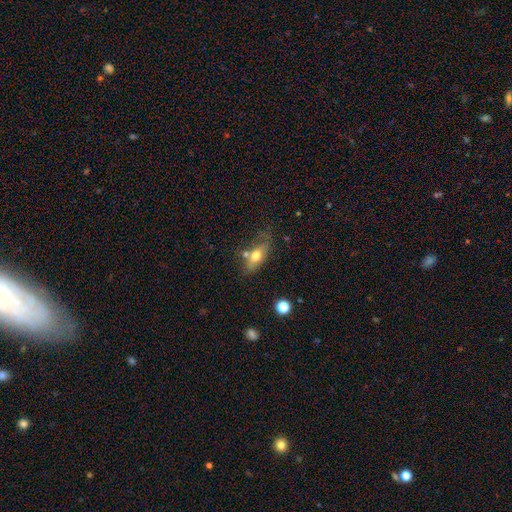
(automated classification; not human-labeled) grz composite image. It shows a smooth galaxy with no disk features (60%) that is in between round and cigar-shaped (77%). Merging: none (52%).